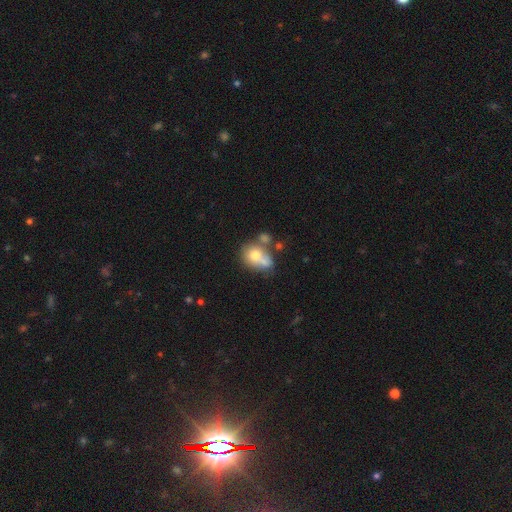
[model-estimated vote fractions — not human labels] Q: Smooth or featured?
A: smooth (65%); runner-up: featured or disk (24%)
Q: How rounded?
A: round (57%); runner-up: in between (42%)
Q: Merging?
A: merger (47%); runner-up: none (30%)